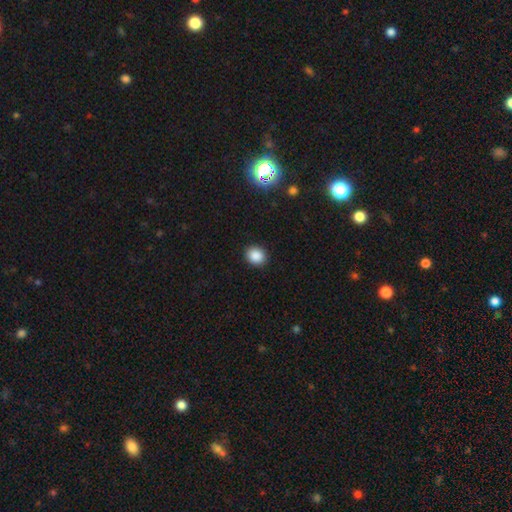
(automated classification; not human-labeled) smooth_or_featured: smooth (p=0.87) [alt: star or artifact p=0.10]
how_rounded: round (p=0.74) [alt: in between p=0.25]
merging: none (p=0.91) [alt: minor disturbance p=0.06]